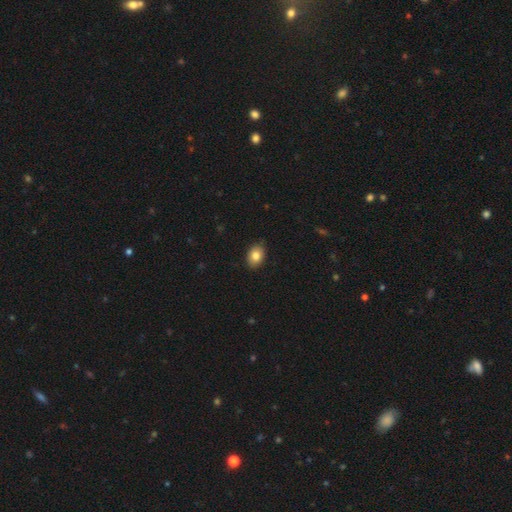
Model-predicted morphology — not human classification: This is clearly a smooth galaxy (83%). How rounded: likely in between (77%). Merging: clearly none (88%).